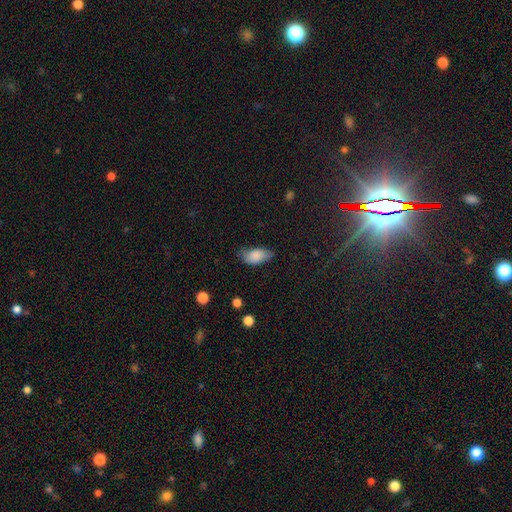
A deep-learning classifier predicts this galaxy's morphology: The model was most divided on "merging": none: 61%, minor disturbance: 31%, major disturbance: 7%, merger: 2%. More confident: how rounded — in between (92%); smooth or featured — smooth (85%).